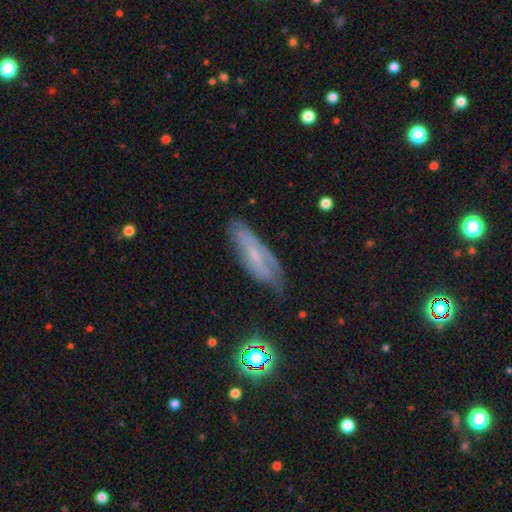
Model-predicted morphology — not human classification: type=featured or disk (58%); edge-on=no (70%); merging=none (62%).